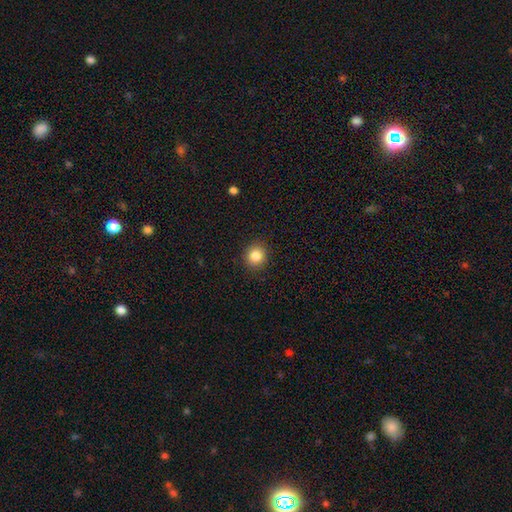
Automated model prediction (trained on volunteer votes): This is clearly a smooth galaxy (84%). How rounded: clearly round (87%). Merging: clearly none (91%).